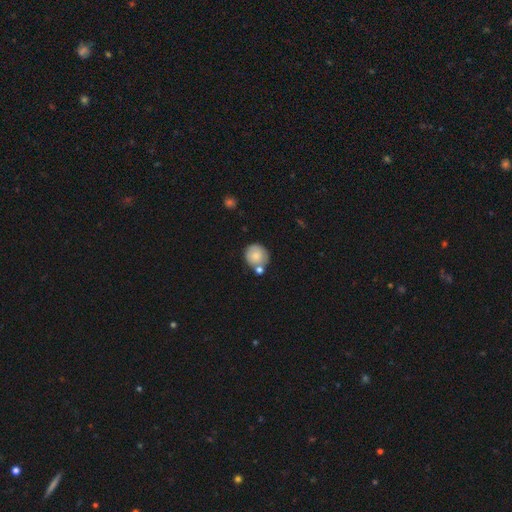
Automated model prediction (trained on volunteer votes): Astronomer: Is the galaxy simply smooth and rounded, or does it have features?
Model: smooth — 76%.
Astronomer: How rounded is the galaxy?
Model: round — 91%.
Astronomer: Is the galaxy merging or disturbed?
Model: none — 61%.